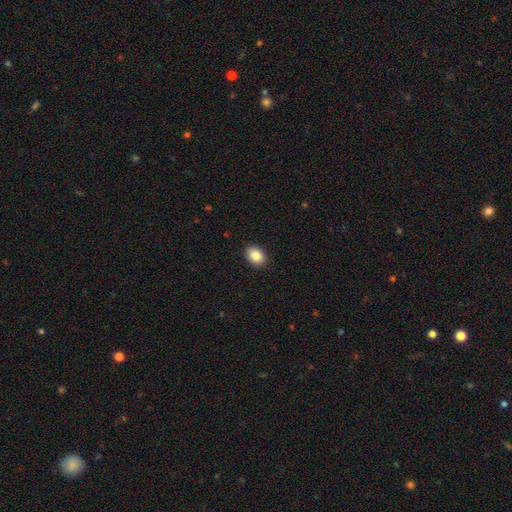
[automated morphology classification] Smooth or featured: smooth — 87% (star or artifact — 8%)
How rounded: in between — 76% (round — 23%)
Merging: none — 91% (minor disturbance — 7%)